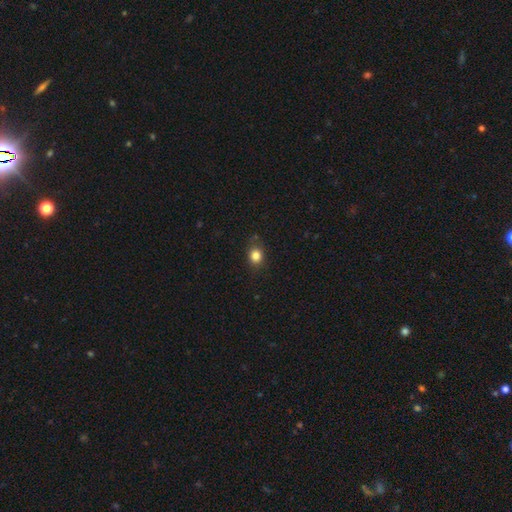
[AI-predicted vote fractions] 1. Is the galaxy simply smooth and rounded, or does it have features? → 83% smooth, 11% star or artifact, 5% featured or disk.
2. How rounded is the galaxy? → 65% round, 34% in between, 1% cigar-shaped.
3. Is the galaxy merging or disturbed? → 79% none, 16% minor disturbance, 4% major disturbance, 2% merger.